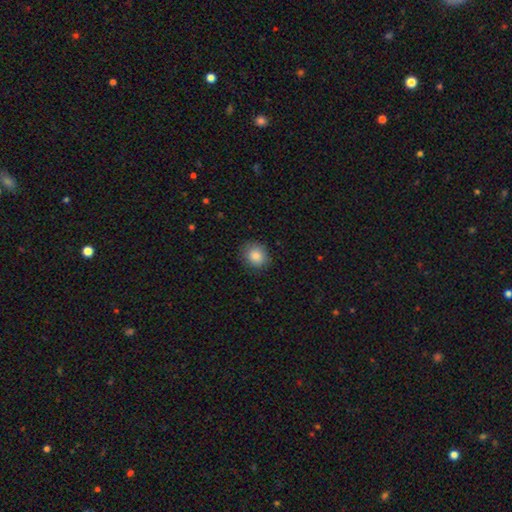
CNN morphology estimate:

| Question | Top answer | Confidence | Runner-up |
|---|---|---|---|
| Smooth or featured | smooth | 86% | star or artifact (9%) |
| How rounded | round | 73% | in between (26%) |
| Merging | none | 86% | minor disturbance (11%) |